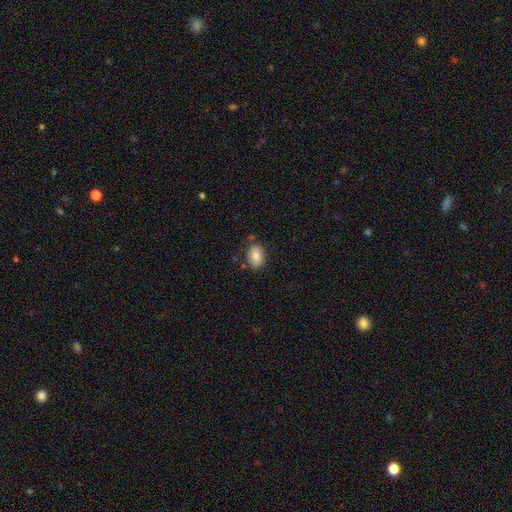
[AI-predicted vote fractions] A smooth galaxy with no disk features (80%) that is in between round and cigar-shaped (82%).

Vote fractions:
- Smooth or featured? smooth: 80% / featured or disk: 12% / star or artifact: 8%
- How rounded? in between: 82% / round: 17% / cigar-shaped: 1%
- Merging? none: 77% / minor disturbance: 15% / merger: 5% / major disturbance: 3%